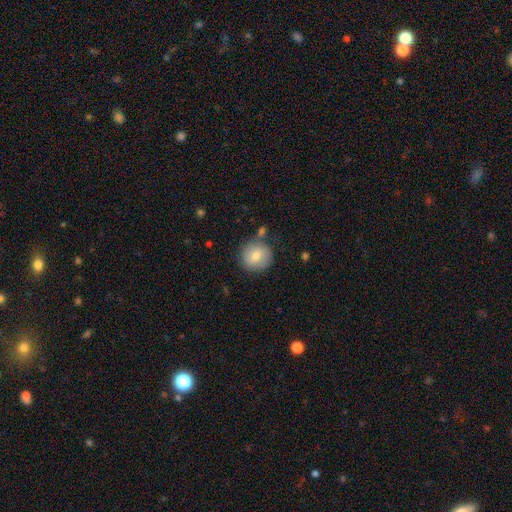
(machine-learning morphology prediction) A smooth galaxy with no disk features (72%) that is round (93%). Merging: none (78%).